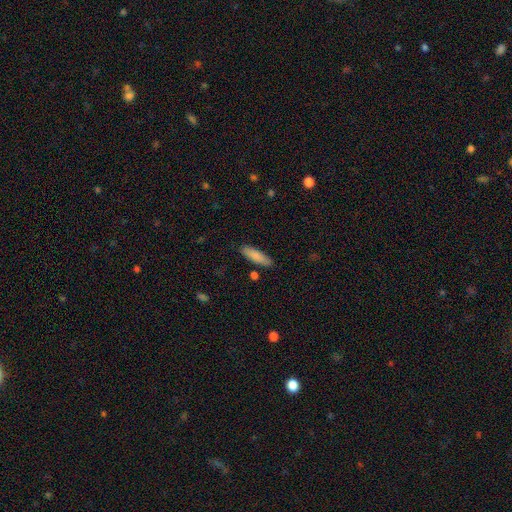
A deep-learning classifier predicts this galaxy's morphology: Smooth or featured: smooth — 85% (featured or disk — 9%)
How rounded: cigar-shaped — 64% (in between — 34%)
Merging: none — 86% (minor disturbance — 9%)